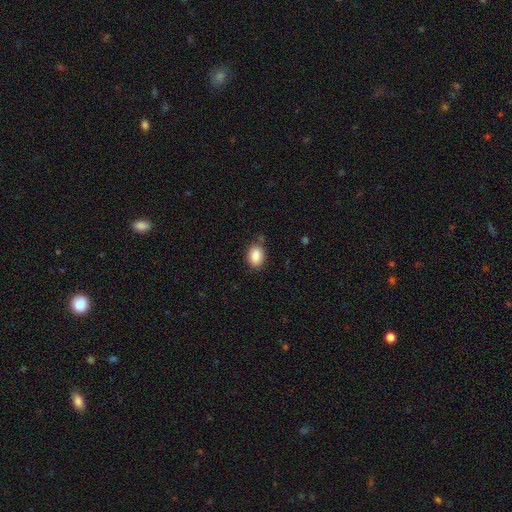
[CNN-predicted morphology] Overall: smooth (88%). How rounded: in between (78%). Merging: none (77%).